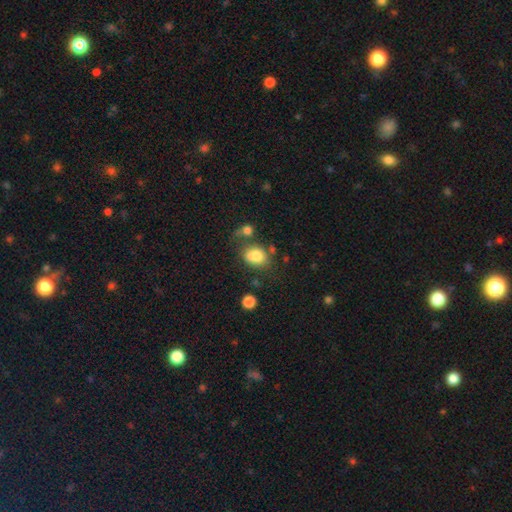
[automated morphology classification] This is likely a smooth galaxy (78%). How rounded: possibly in between (56%). Merging: possibly none (51%).